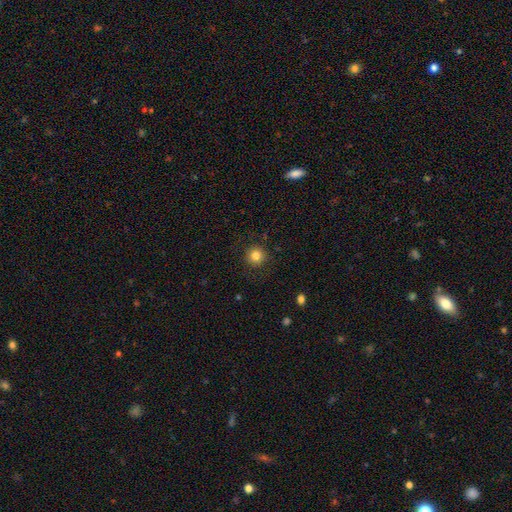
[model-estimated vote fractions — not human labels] This appears to be a smooth galaxy with no disk features (82%) that is round (94%). Merging: none (89%).